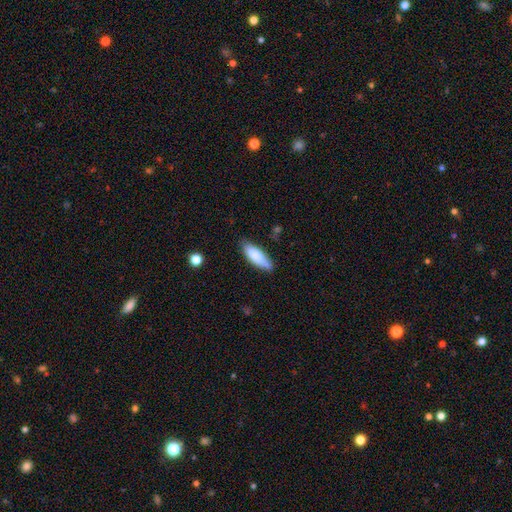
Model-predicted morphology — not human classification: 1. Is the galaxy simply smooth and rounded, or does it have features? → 83% smooth, 11% featured or disk, 6% star or artifact.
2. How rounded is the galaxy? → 59% in between, 39% cigar-shaped, 2% round.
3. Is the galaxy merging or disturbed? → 74% none, 20% minor disturbance, 3% major disturbance, 2% merger.